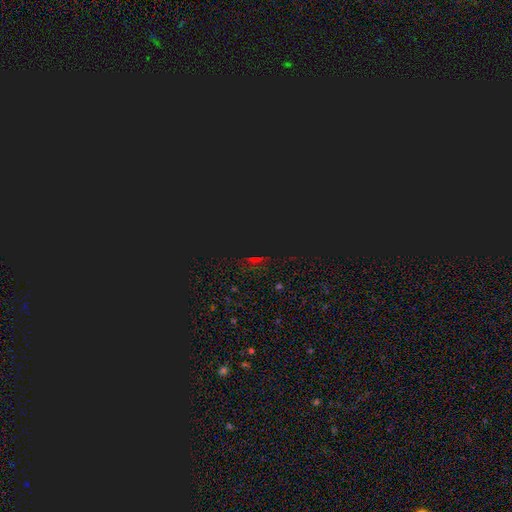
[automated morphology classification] The model was most divided on "smooth or featured": star or artifact: 76%, smooth: 16%, featured or disk: 8%.